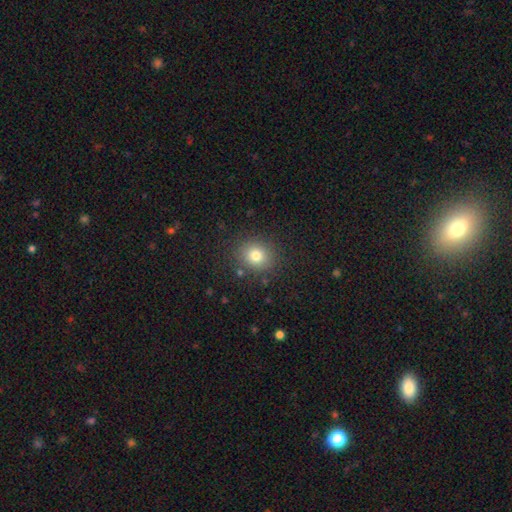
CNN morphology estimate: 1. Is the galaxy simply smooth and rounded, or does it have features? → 78% smooth, 13% star or artifact, 9% featured or disk.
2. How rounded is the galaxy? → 78% round, 21% in between, 1% cigar-shaped.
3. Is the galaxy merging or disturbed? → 86% none, 9% minor disturbance, 3% major disturbance, 2% merger.